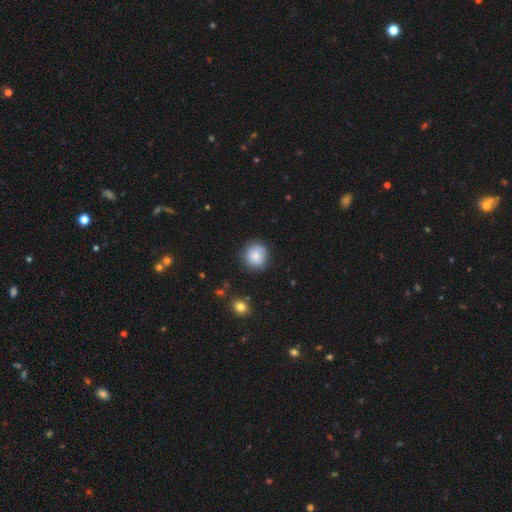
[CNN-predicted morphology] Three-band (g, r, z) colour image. It shows a smooth galaxy with no disk features (76%) that is round (90%). Merging: none (80%).